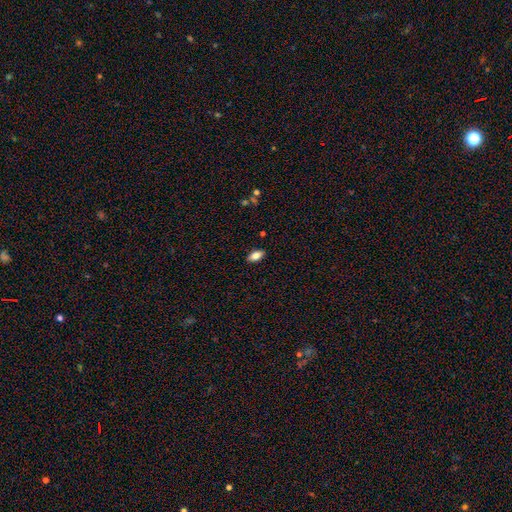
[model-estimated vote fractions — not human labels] smooth-or-featured: smooth: 79% | featured or disk: 13% | star or artifact: 8%
  how-rounded: in between: 89% | cigar-shaped: 8% | round: 3%
  merging: none: 89% | minor disturbance: 8% | major disturbance: 2% | merger: 1%